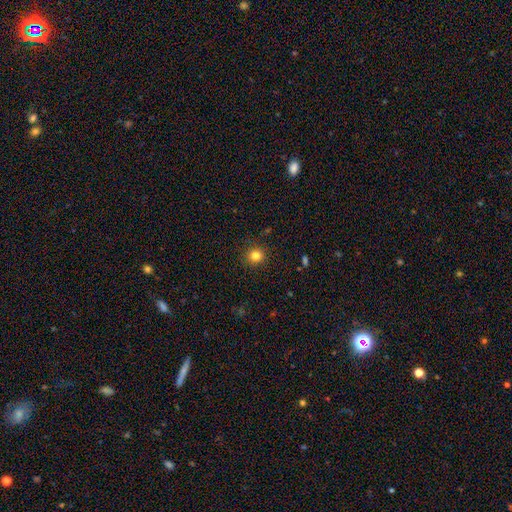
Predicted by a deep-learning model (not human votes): This is clearly a smooth galaxy (82%). How rounded: clearly round (89%). Merging: clearly none (90%).